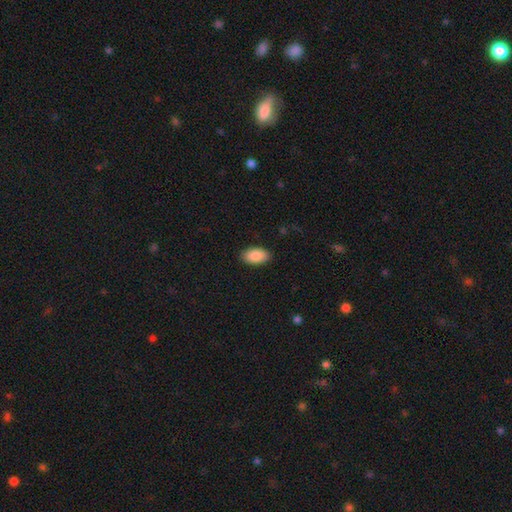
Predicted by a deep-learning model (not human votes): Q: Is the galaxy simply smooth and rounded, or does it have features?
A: smooth — 89%.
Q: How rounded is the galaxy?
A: in between — 95%.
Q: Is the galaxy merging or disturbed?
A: none — 89%.